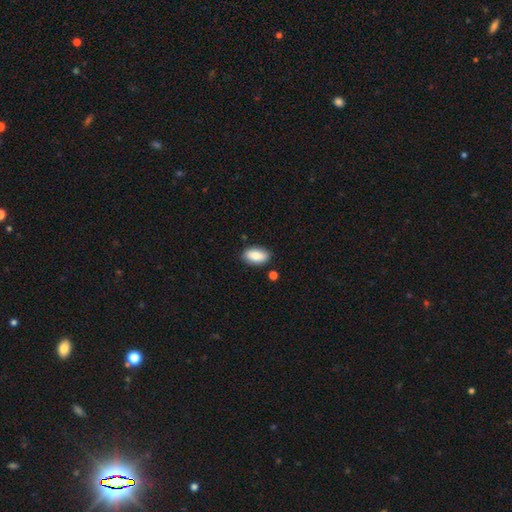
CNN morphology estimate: Smooth or featured?
  - smooth: 85% *
  - featured or disk: 8%
  - star or artifact: 7%
How rounded?
  - in between: 92% *
  - round: 4%
  - cigar-shaped: 3%
Merging?
  - none: 83% *
  - minor disturbance: 12%
  - merger: 3%
  - major disturbance: 2%